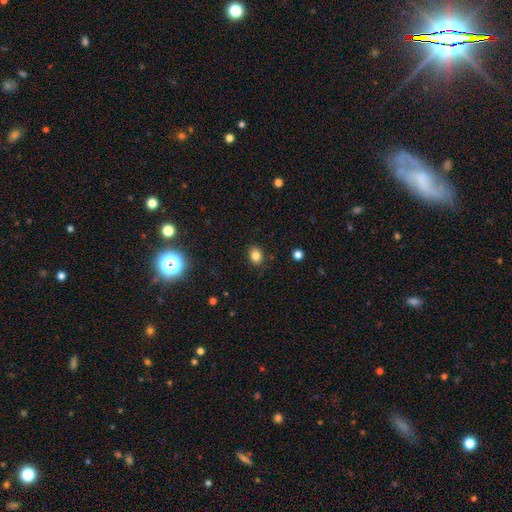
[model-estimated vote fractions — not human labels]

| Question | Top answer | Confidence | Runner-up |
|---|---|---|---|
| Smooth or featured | smooth | 82% | star or artifact (12%) |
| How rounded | in between | 55% | round (44%) |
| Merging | none | 86% | minor disturbance (10%) |